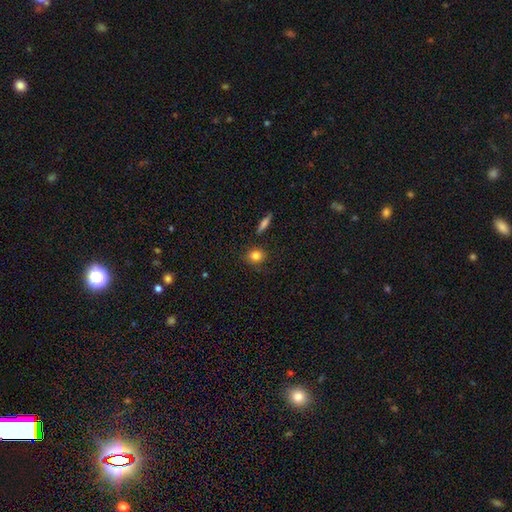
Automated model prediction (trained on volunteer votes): A smooth galaxy with no disk features (82%) that is round (78%).

Vote fractions:
- Smooth or featured? smooth: 82% / star or artifact: 11% / featured or disk: 7%
- How rounded? round: 78% / in between: 20% / cigar-shaped: 2%
- Merging? none: 82% / minor disturbance: 12% / merger: 3% / major disturbance: 3%